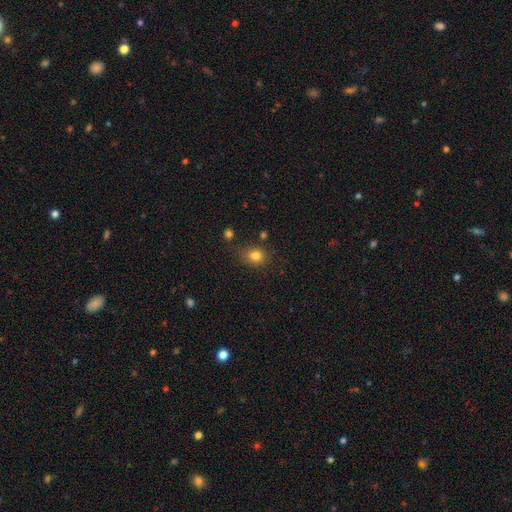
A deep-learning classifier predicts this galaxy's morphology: smooth_or_featured: smooth (p=0.80) [alt: star or artifact p=0.13]
how_rounded: round (p=0.62) [alt: in between p=0.37]
merging: none (p=0.73) [alt: minor disturbance p=0.17]